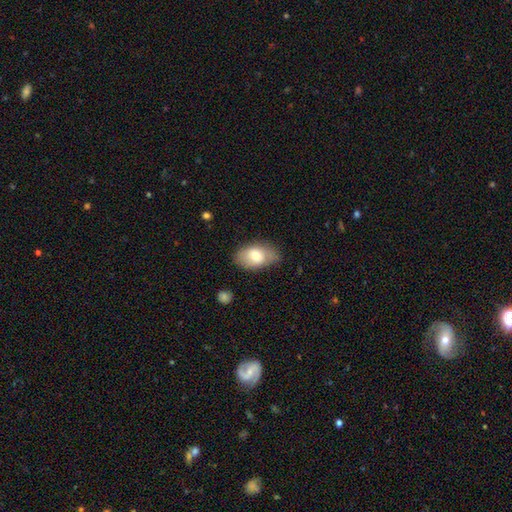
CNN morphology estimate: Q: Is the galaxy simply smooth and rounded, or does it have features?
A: smooth — 71%.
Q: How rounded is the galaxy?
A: in between — 90%.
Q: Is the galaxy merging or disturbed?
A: none — 69%.